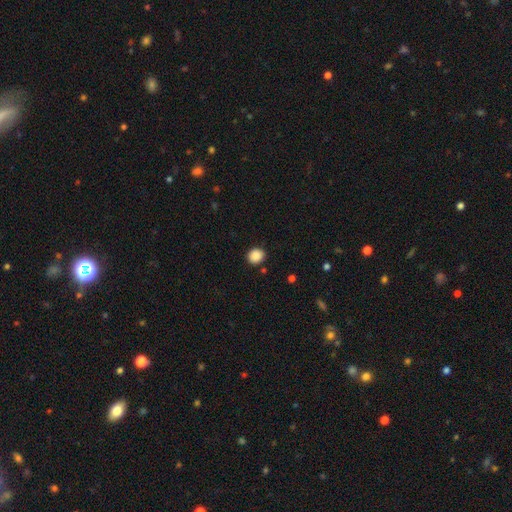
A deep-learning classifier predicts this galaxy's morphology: The model was most divided on "how rounded": round: 82%, in between: 18%, cigar-shaped: 1%. More confident: merging — none (89%); smooth or featured — smooth (88%).